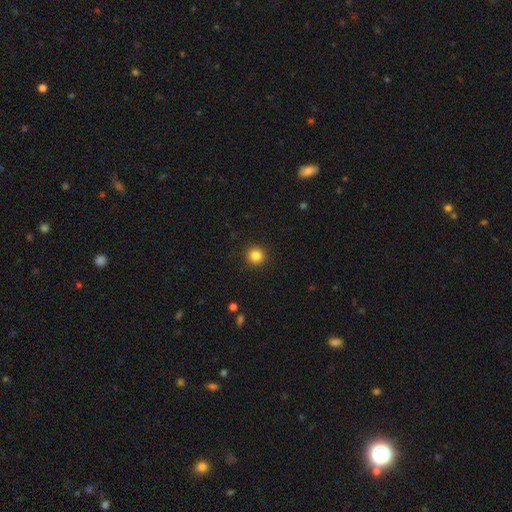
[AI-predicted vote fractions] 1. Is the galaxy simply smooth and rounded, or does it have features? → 84% smooth, 11% star or artifact, 5% featured or disk.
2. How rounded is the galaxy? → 95% round, 4% in between, 1% cigar-shaped.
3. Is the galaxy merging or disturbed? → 93% none, 5% minor disturbance, 2% major disturbance, 1% merger.